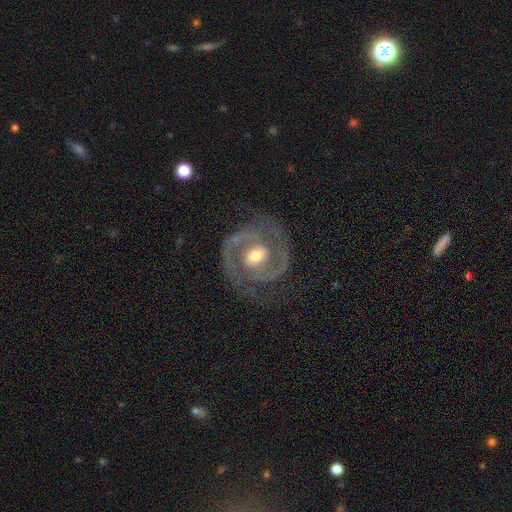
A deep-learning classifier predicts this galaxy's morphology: Smooth or featured: featured or disk — 91% (star or artifact — 4%)
Edge-on disk: no — 98% (yes — 2%)
Bar: weak — 43% (no — 36%)
Spiral arms: yes — 97% (no — 3%)
Spiral winding: medium — 47% (tight — 46%)
Spiral arm count: 2 — 92% (can't tell — 2%)
Bulge size: moderate — 69% (small — 23%)
Merging: none — 79% (minor disturbance — 13%)